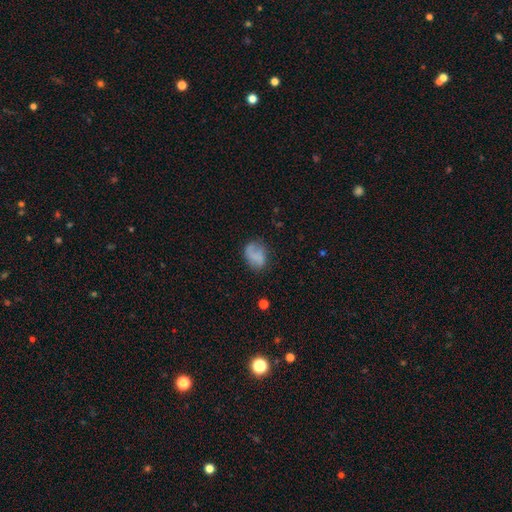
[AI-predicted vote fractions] smooth 68%, featured or disk 22%, star or artifact 10%. Down the decision tree: how rounded — in between (65%); merging — none (56%).